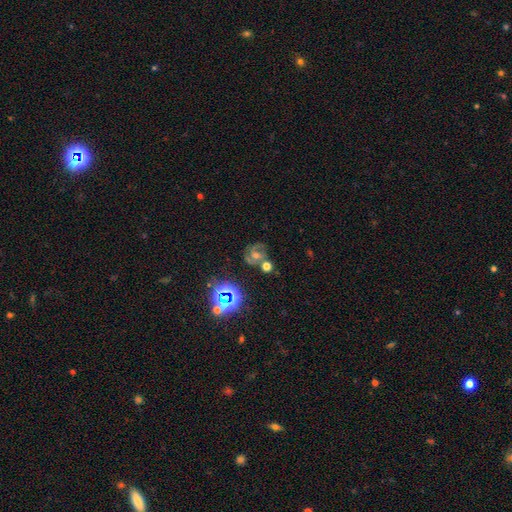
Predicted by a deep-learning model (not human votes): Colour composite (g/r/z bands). It shows a featured or disk galaxy (46%). Merging: none (61%).